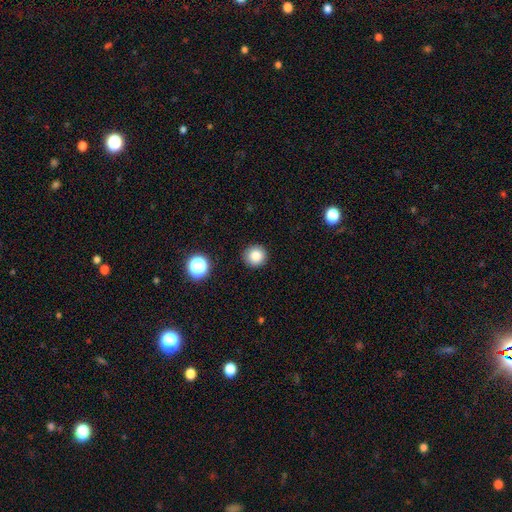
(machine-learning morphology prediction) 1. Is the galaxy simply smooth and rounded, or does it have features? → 84% smooth, 11% star or artifact, 5% featured or disk.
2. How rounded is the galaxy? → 94% round, 5% in between, 1% cigar-shaped.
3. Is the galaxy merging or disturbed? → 90% none, 6% minor disturbance, 2% major disturbance, 1% merger.